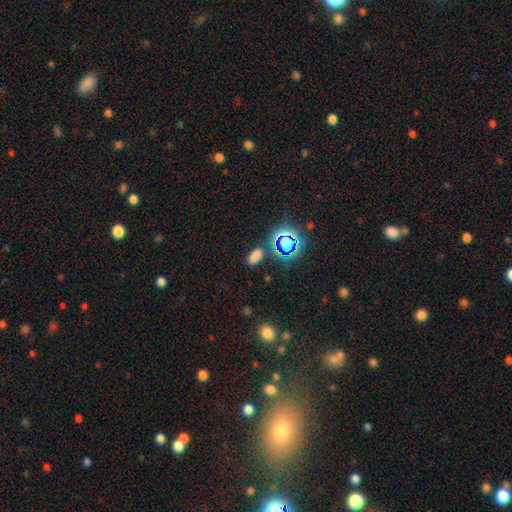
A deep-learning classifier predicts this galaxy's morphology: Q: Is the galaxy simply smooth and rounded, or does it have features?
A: smooth — 72%.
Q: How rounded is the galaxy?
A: in between — 84%.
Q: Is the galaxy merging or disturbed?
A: none — 83%.